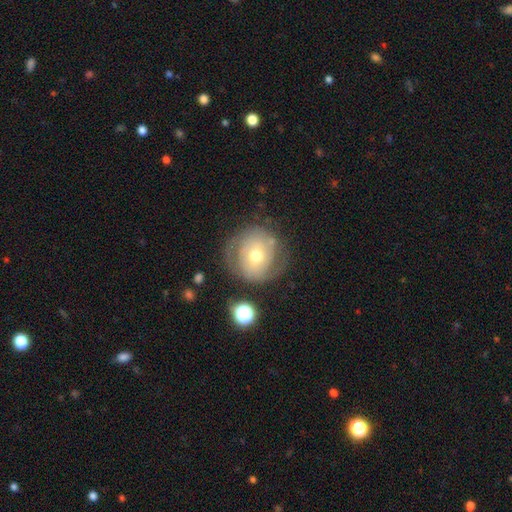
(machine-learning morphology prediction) A featured or disk galaxy (63%) with no bar (70%), spiral arms (76%) and a moderate central bulge (65%).

Vote fractions:
- Smooth or featured? featured or disk: 63% / smooth: 29% / star or artifact: 9%
- Edge-on disk? no: 97% / yes: 3%
- Bar? no: 70% / weak: 23% / strong: 7%
- Spiral arms? yes: 76% / no: 24%
- Bulge size? moderate: 65% / small: 28% / large: 5% / dominant: 1% / none: 1%
- Merging? none: 68% / minor disturbance: 18% / major disturbance: 11% / merger: 4%